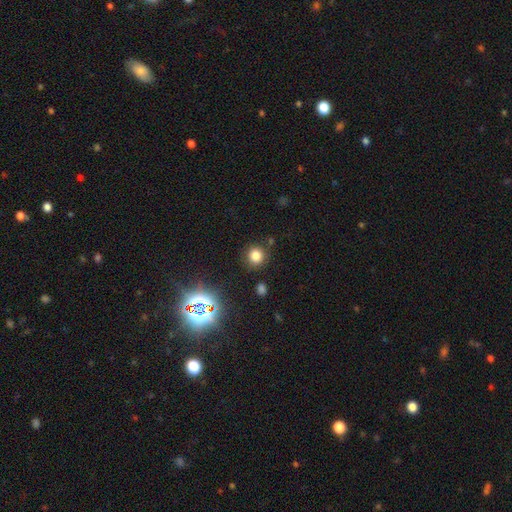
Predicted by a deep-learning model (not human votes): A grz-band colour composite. It shows a smooth galaxy with no disk features (76%) that is round (86%). Merging: none (84%).